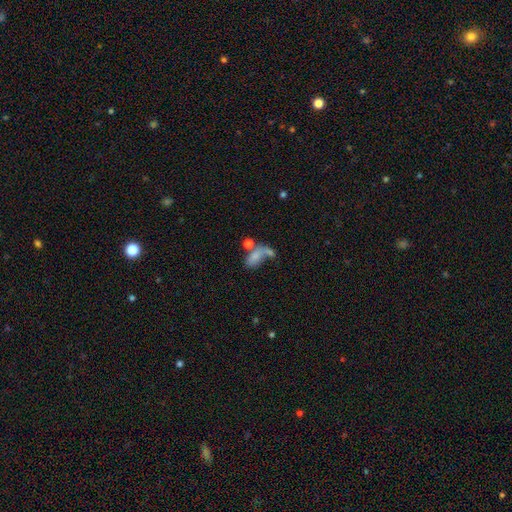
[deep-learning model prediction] Smooth or featured: smooth — 65% (featured or disk — 23%)
How rounded: in between — 82% (round — 11%)
Merging: merger — 39% (none — 24%)